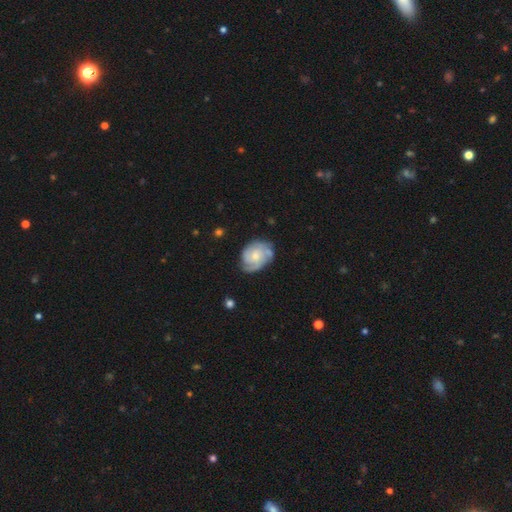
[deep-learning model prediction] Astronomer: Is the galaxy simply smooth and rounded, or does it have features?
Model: featured or disk — 72%.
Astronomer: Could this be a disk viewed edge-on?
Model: no — 97%.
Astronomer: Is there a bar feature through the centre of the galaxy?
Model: no — 74%.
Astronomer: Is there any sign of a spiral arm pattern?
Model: yes — 91%.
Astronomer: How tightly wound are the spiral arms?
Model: tight — 56% (runner-up: medium, 34%).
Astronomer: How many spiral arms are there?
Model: can't tell — 31% (runner-up: 3, 29%).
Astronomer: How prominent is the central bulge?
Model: small — 48% (runner-up: moderate, 44%).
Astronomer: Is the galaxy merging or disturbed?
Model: none — 66%.